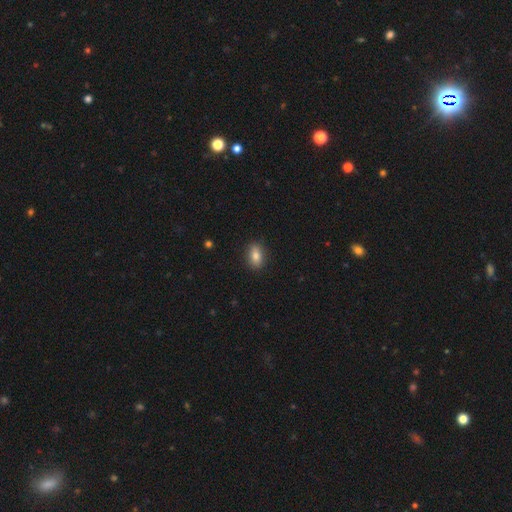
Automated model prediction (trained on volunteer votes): smooth-or-featured: smooth: 80% | featured or disk: 12% | star or artifact: 8%
  how-rounded: in between: 84% | round: 10% | cigar-shaped: 5%
  merging: none: 88% | minor disturbance: 9% | major disturbance: 2% | merger: 1%